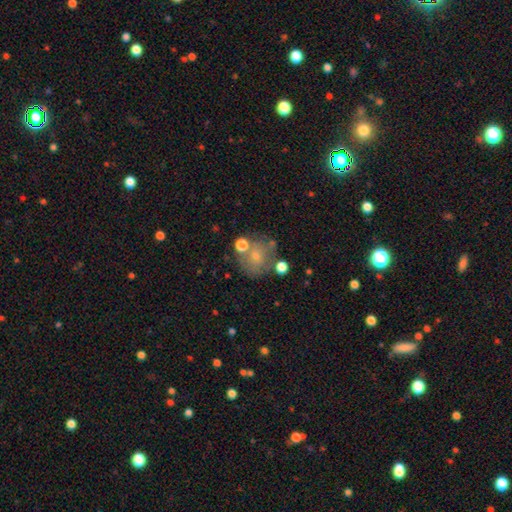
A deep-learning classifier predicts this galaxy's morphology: The model was most divided on "merging": none: 58%, merger: 17%, minor disturbance: 16%, major disturbance: 9%. More confident: how rounded — round (80%); smooth or featured — smooth (65%).